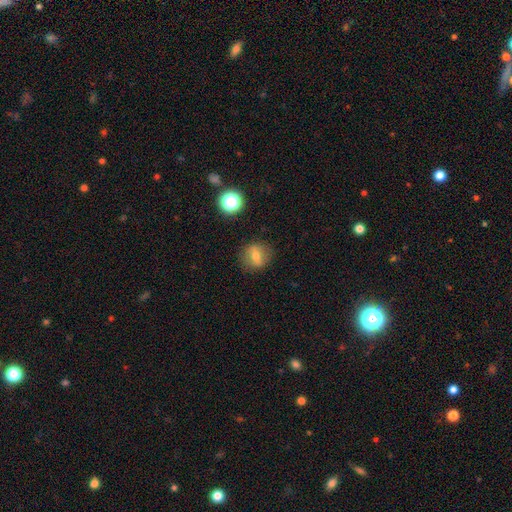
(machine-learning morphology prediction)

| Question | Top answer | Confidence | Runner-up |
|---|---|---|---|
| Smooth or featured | smooth | 62% | featured or disk (26%) |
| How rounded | round | 71% | in between (27%) |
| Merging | none | 83% | minor disturbance (11%) |